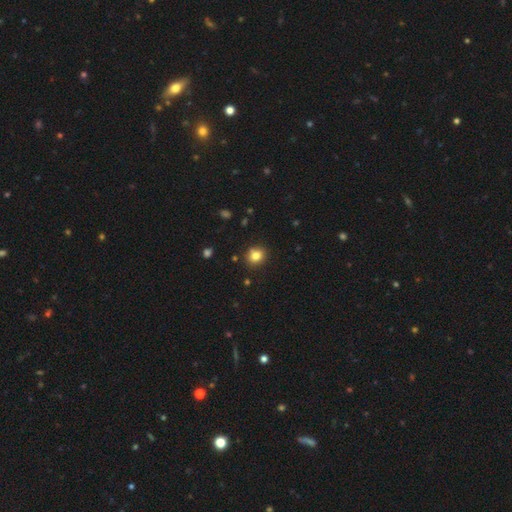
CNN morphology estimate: Smooth or featured?
  - smooth: 82% *
  - star or artifact: 12%
  - featured or disk: 7%
How rounded?
  - round: 77% *
  - in between: 22%
  - cigar-shaped: 1%
Merging?
  - none: 87% *
  - minor disturbance: 9%
  - major disturbance: 2%
  - merger: 2%